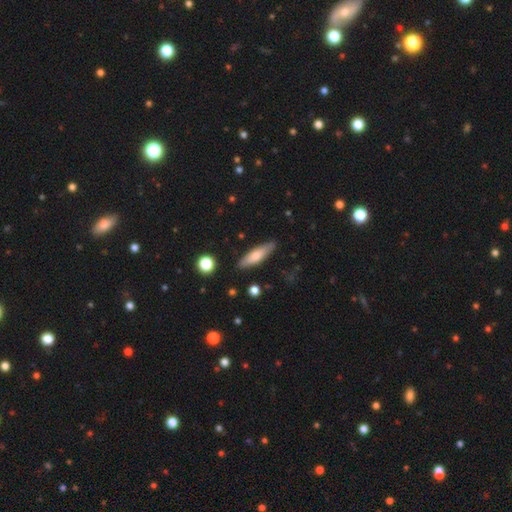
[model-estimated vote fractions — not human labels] Smooth or featured? smooth (68%)
How rounded? cigar-shaped (66%)
Merging? none (87%)